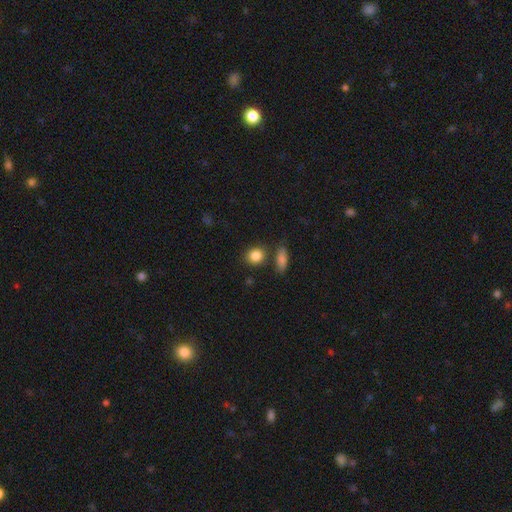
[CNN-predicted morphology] Smooth or featured?
  - smooth: 86% *
  - star or artifact: 9%
  - featured or disk: 6%
How rounded?
  - round: 66% *
  - in between: 32%
  - cigar-shaped: 2%
Merging?
  - none: 76% *
  - minor disturbance: 11%
  - merger: 10%
  - major disturbance: 3%